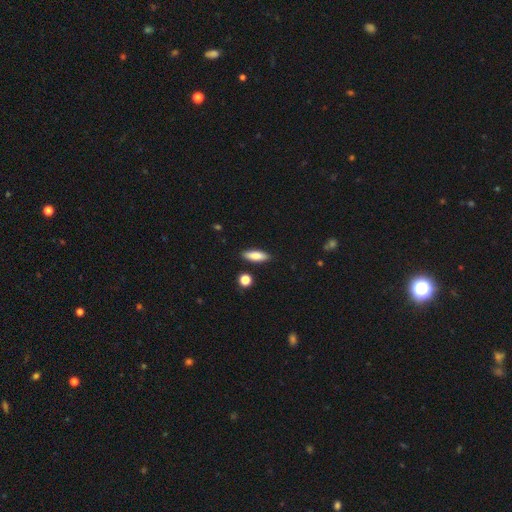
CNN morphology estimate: Smooth or featured? Predicted: smooth (p=0.82). How rounded? Predicted: in between (p=0.58). Merging? Predicted: none (p=0.87).